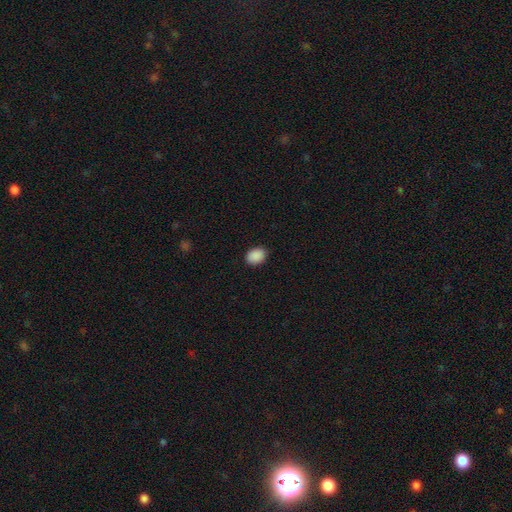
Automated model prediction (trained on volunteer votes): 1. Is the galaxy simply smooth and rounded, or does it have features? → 90% smooth, 7% star or artifact, 2% featured or disk.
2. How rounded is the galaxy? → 69% in between, 30% round, 1% cigar-shaped.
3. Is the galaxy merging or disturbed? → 89% none, 8% minor disturbance, 2% major disturbance, 1% merger.